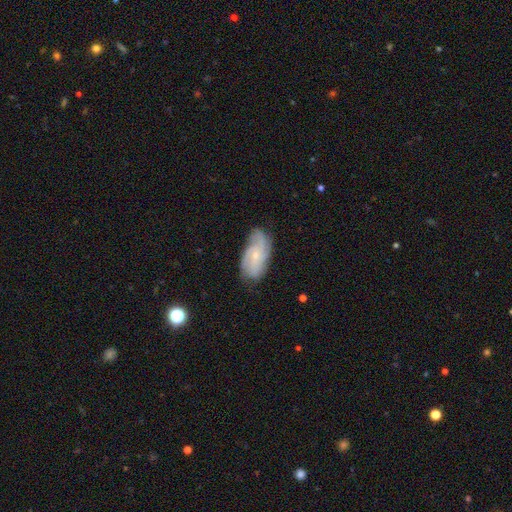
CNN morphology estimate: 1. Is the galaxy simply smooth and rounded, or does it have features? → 71% featured or disk, 22% smooth, 7% star or artifact.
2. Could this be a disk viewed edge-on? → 95% no, 5% yes.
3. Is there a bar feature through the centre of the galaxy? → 67% no, 28% weak, 5% strong.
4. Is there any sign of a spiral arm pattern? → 93% yes, 7% no.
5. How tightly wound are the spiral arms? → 44% tight, 41% medium, 16% loose.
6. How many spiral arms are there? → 30% 3, 26% can't tell, 23% 2, 12% 4, 4% 1, 4% more than 4.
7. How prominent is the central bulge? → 74% small, 20% moderate, 3% none, 1% large, 1% dominant.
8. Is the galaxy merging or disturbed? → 70% none, 23% minor disturbance, 6% major disturbance, 1% merger.